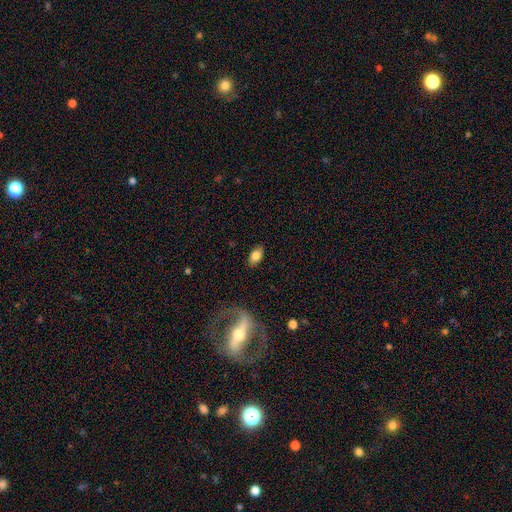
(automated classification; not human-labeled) A smooth galaxy with no disk features (82%) that is in between round and cigar-shaped (91%). Merging: none (87%).